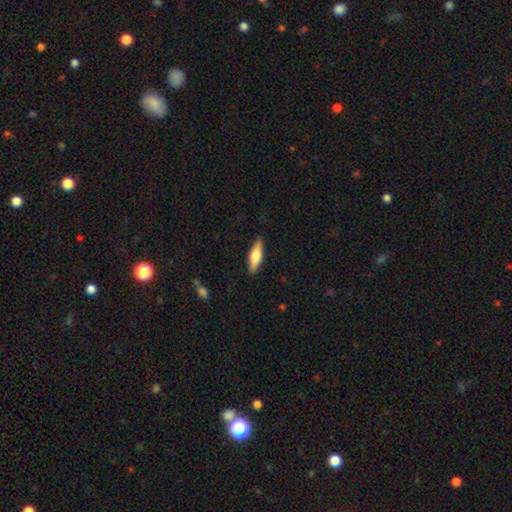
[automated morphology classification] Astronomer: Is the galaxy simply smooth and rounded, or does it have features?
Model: smooth — 60%.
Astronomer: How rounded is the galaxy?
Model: cigar-shaped — 55% (runner-up: in between, 42%).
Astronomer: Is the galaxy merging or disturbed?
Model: none — 87%.